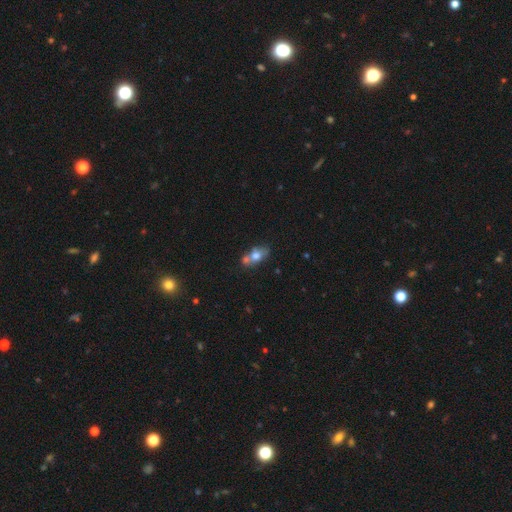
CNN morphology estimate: Smooth or featured? smooth (67%)
How rounded? in between (73%)
Merging? merger (42%)